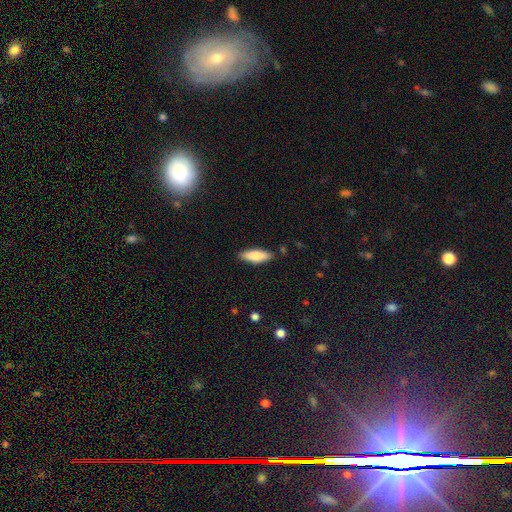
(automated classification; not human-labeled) Smooth or featured? smooth (79%)
How rounded? in between (55%)
Merging? none (86%)